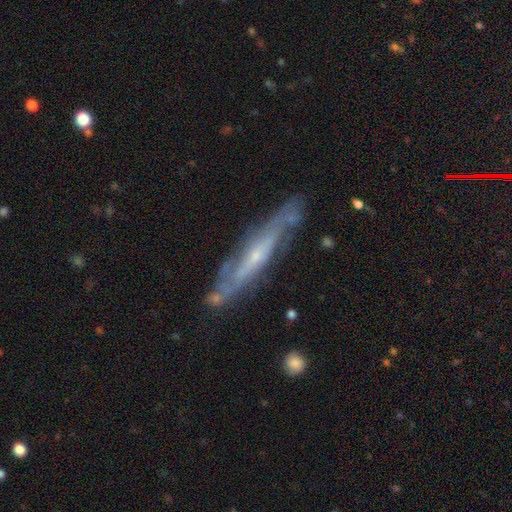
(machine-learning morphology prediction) Smooth or featured? featured or disk (77%)
Edge-on disk? yes (63%)
Merging? none (79%)